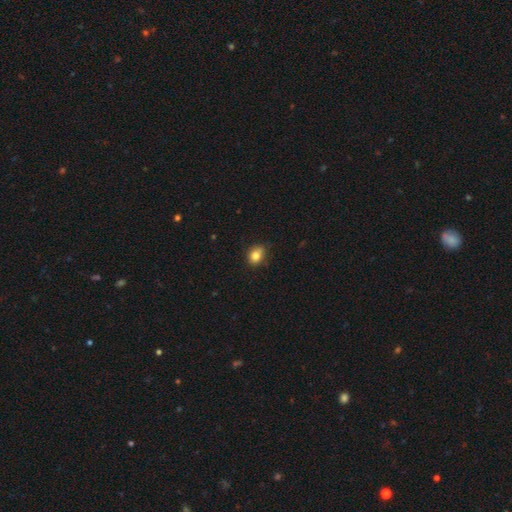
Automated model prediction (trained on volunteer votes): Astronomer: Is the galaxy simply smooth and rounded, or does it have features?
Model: smooth — 83%.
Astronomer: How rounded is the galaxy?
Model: in between — 51% (runner-up: round, 48%).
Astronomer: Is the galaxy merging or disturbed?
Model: none — 73%.